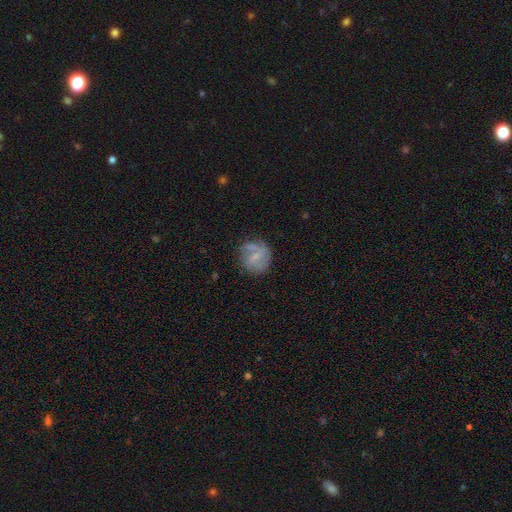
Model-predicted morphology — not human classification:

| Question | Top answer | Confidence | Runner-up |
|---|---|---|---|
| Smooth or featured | featured or disk | 49% | smooth (41%) |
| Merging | none | 66% | minor disturbance (21%) |